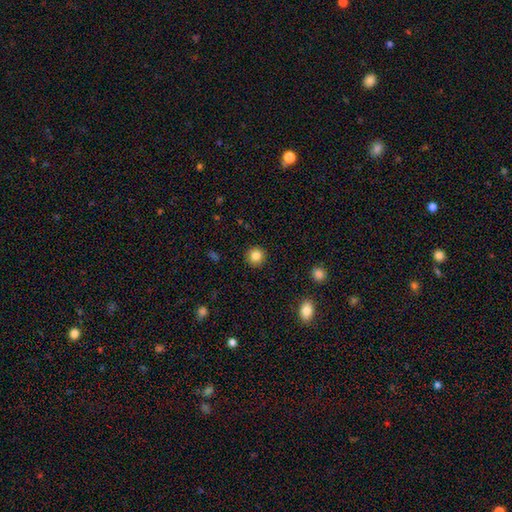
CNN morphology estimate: A smooth galaxy with no disk features (84%) that is round (94%). Merging: none (92%).